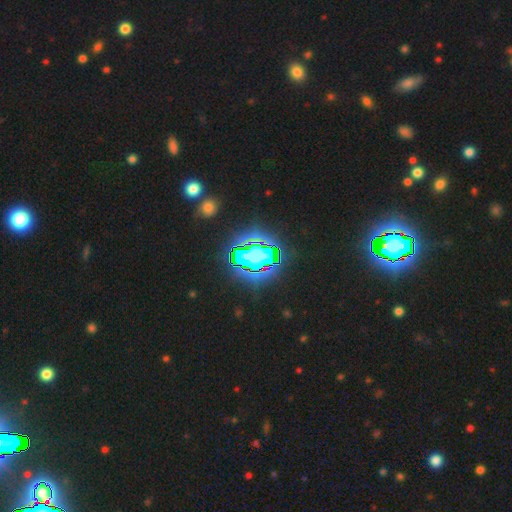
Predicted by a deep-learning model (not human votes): Smooth or featured: star or artifact — 60% (smooth — 22%)